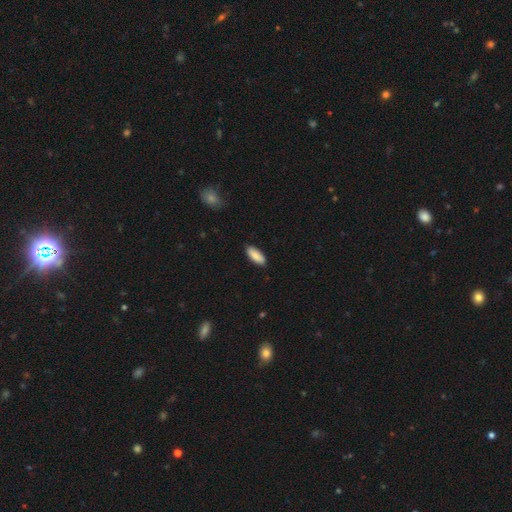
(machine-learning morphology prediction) type=smooth (88%); roundness=in between (79%); merging=none (88%).